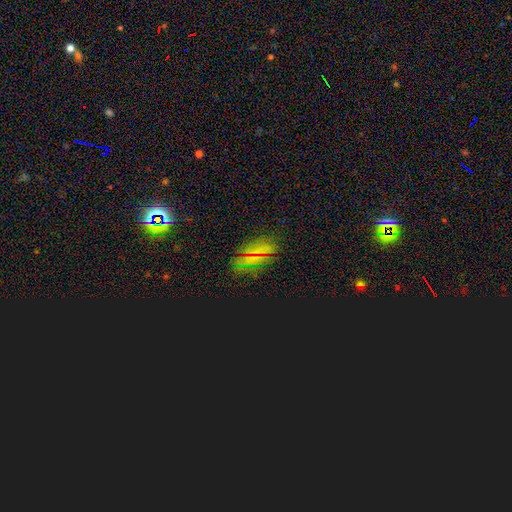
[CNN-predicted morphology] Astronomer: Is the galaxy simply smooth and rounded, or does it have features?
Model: star or artifact — 48% (runner-up: smooth, 41%).